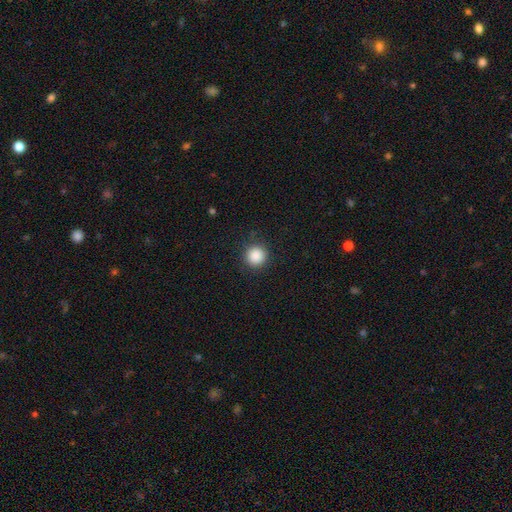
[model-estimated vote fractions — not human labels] A smooth galaxy with no disk features (88%) that is round (95%).

Vote fractions:
- Smooth or featured? smooth: 88% / star or artifact: 9% / featured or disk: 3%
- How rounded? round: 95% / in between: 4% / cigar-shaped: 1%
- Merging? none: 90% / minor disturbance: 6% / major disturbance: 2% / merger: 1%